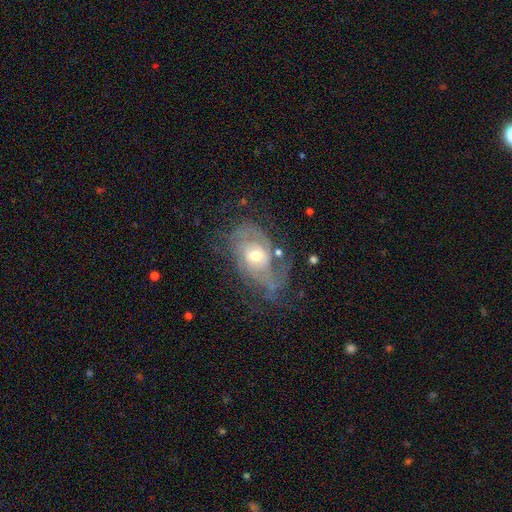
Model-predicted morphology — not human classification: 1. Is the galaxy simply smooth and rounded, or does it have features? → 81% featured or disk, 12% smooth, 6% star or artifact.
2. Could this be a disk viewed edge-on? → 96% no, 4% yes.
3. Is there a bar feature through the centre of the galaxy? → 70% no, 25% weak, 5% strong.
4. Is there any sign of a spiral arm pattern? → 89% yes, 11% no.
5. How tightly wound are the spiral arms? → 53% tight, 34% medium, 14% loose.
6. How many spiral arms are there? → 36% can't tell (tied), 36% 2 (tied), 13% 3, 7% 1, 5% 4, 4% more than 4.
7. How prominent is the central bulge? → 63% moderate, 29% small, 5% large, 1% none, 1% dominant.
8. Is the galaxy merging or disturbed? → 50% none, 24% minor disturbance, 23% major disturbance, 3% merger.